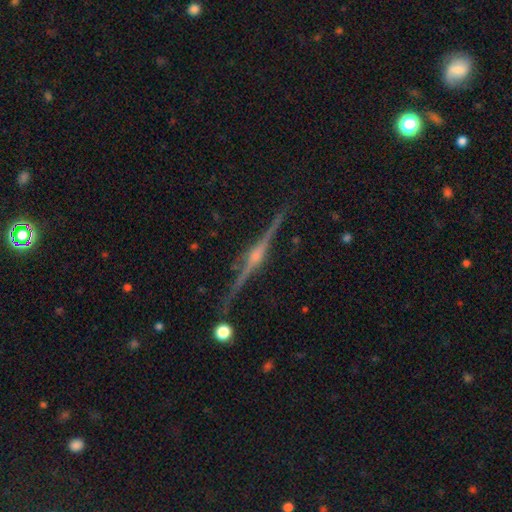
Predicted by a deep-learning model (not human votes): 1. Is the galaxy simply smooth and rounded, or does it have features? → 89% featured or disk, 6% star or artifact, 5% smooth.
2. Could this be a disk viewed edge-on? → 98% yes, 2% no.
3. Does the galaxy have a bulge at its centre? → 88% rounded, 8% boxy, 5% none.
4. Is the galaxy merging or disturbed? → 90% none, 7% minor disturbance, 2% major disturbance, 2% merger.